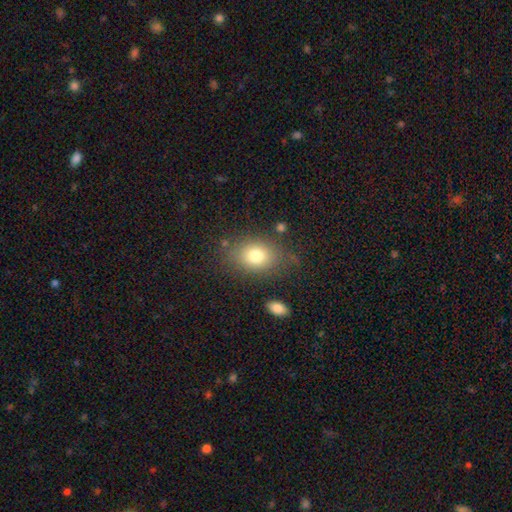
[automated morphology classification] Overall: smooth (79%). How rounded: in between (69%; round 30%). Merging: none (74%).